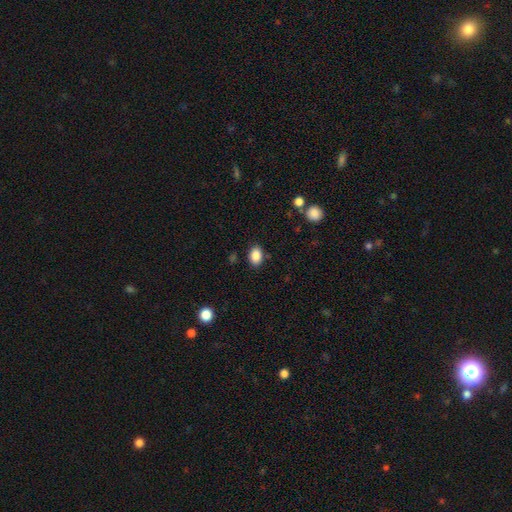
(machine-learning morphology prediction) Smooth or featured?
  - smooth: 87% *
  - star or artifact: 9%
  - featured or disk: 5%
How rounded?
  - in between: 79% *
  - round: 20%
  - cigar-shaped: 1%
Merging?
  - none: 86% *
  - minor disturbance: 10%
  - major disturbance: 2%
  - merger: 2%